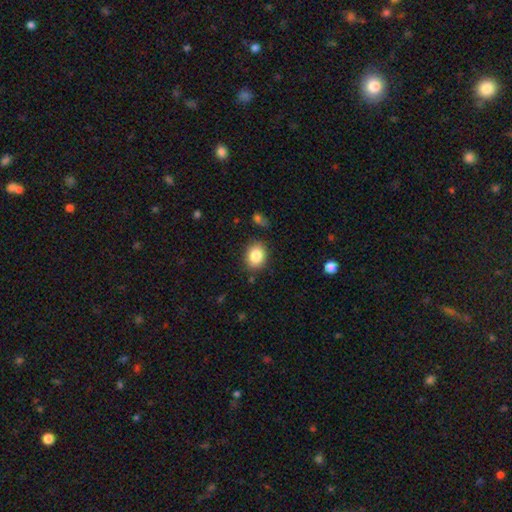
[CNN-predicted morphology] Smooth or featured? Predicted: smooth (p=0.85). How rounded? Predicted: round (p=0.51). Merging? Predicted: none (p=0.83).